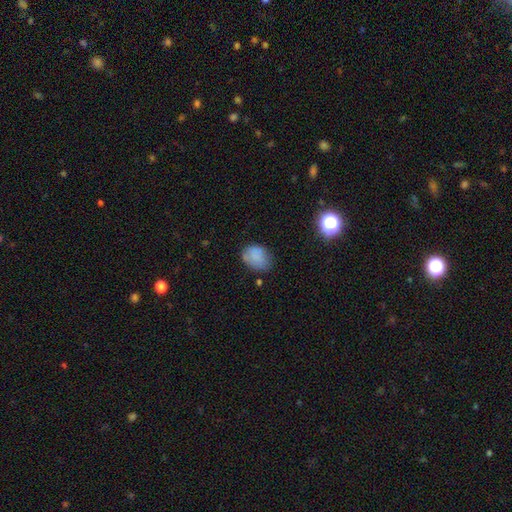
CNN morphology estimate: This appears to be a smooth galaxy with no disk features (79%) that is in between round and cigar-shaped (62%). Merging: none (60%).